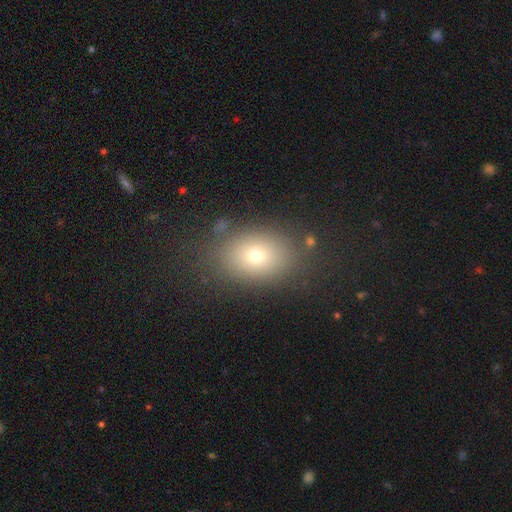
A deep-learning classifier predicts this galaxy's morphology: A smooth galaxy with no disk features (71%) that is in between round and cigar-shaped (72%).

Vote fractions:
- Smooth or featured? smooth: 71% / star or artifact: 15% / featured or disk: 13%
- How rounded? in between: 72% / round: 26% / cigar-shaped: 1%
- Merging? none: 80% / minor disturbance: 12% / major disturbance: 5% / merger: 3%